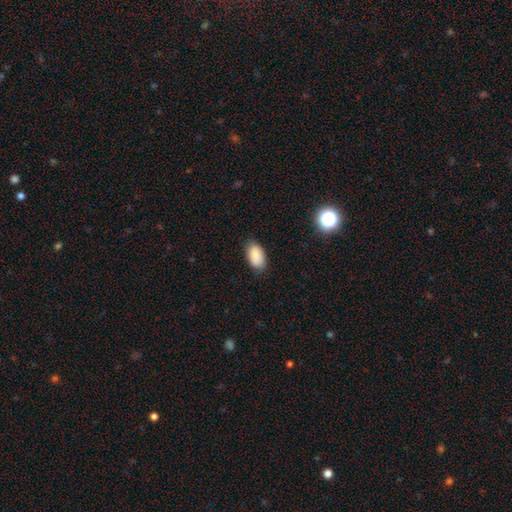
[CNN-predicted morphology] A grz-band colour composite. It shows a smooth galaxy with no disk features (86%) that is in between round and cigar-shaped (93%). Merging: none (79%).